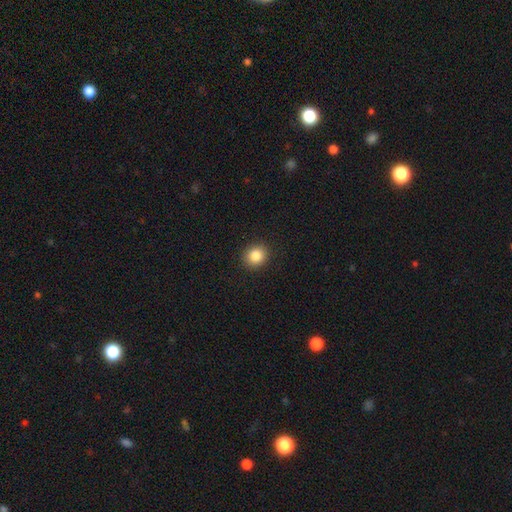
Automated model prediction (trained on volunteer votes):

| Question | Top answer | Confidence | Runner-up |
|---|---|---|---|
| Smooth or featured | smooth | 85% | star or artifact (10%) |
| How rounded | round | 78% | in between (21%) |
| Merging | none | 91% | minor disturbance (6%) |